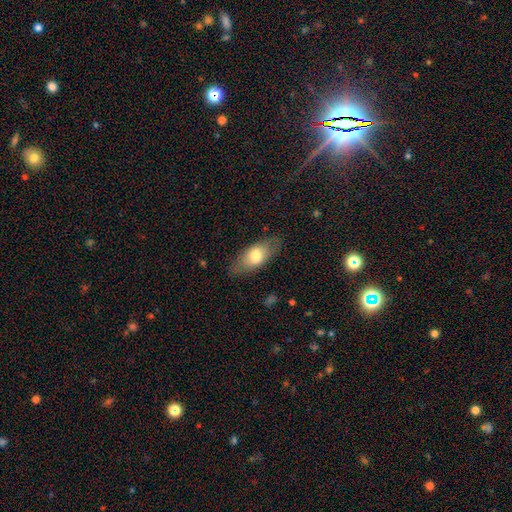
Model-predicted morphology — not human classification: Smooth or featured?
  - smooth: 69% *
  - featured or disk: 24%
  - star or artifact: 6%
How rounded?
  - in between: 85% *
  - cigar-shaped: 11%
  - round: 4%
Merging?
  - none: 80% *
  - minor disturbance: 14%
  - major disturbance: 4%
  - merger: 1%